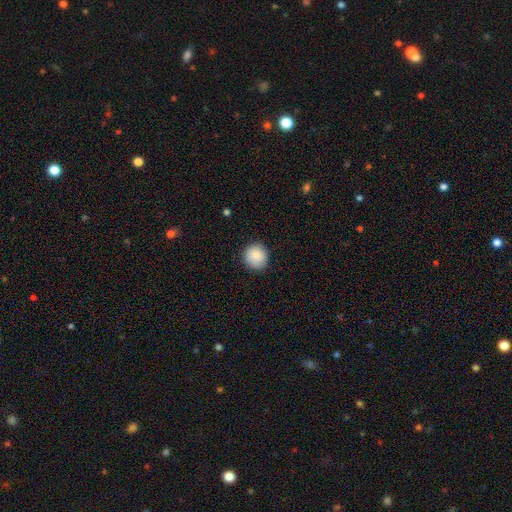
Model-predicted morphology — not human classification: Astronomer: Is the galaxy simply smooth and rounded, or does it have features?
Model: smooth — 87%.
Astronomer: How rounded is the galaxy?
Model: round — 92%.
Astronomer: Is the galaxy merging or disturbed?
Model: none — 87%.